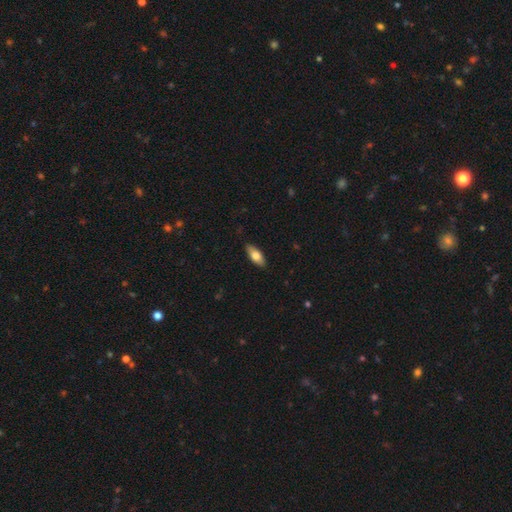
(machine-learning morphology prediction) This appears to be a smooth galaxy with no disk features (74%) that is in between round and cigar-shaped (81%). Merging: none (87%).